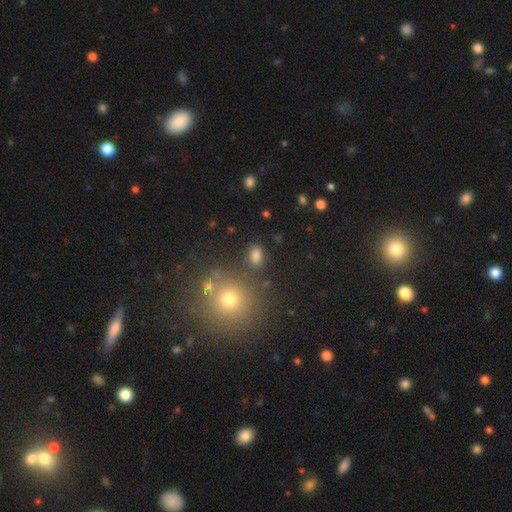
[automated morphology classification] This is likely a smooth galaxy (79%). How rounded: likely in between (79%). Merging: clearly none (80%).